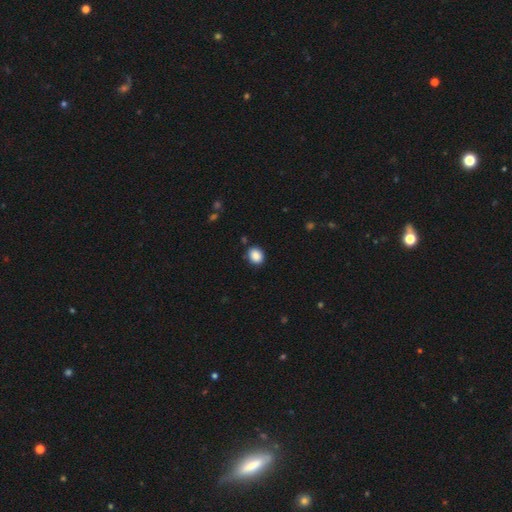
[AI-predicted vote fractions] This appears to be a smooth galaxy with no disk features (88%) that is round (52%). Merging: none (86%).